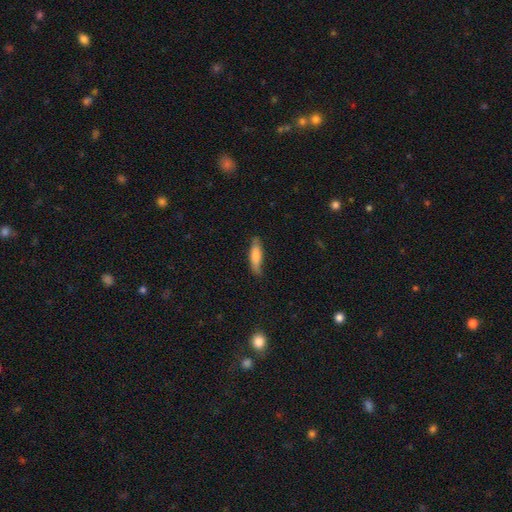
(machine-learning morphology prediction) Smooth or featured? smooth (73%)
How rounded? cigar-shaped (73%)
Merging? none (81%)